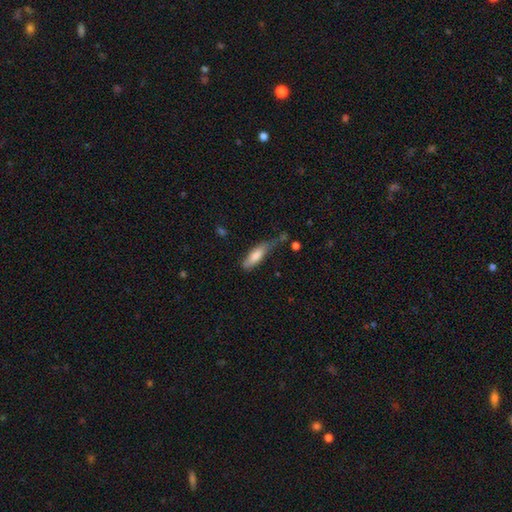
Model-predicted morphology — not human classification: Smooth or featured: smooth — 76% (featured or disk — 18%)
How rounded: cigar-shaped — 52% (in between — 46%)
Merging: none — 40% (minor disturbance — 36%)